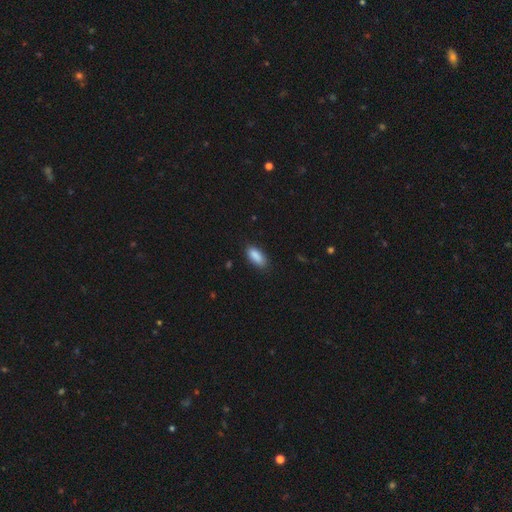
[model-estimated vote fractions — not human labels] Smooth or featured: smooth — 89% (star or artifact — 7%)
How rounded: in between — 84% (cigar-shaped — 14%)
Merging: none — 82% (minor disturbance — 14%)